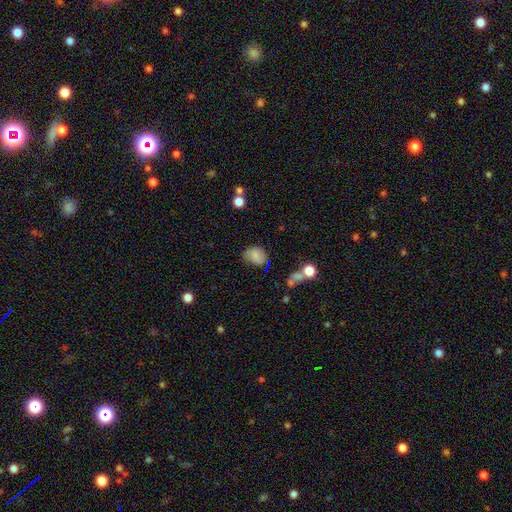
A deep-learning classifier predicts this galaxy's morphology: A smooth galaxy with no disk features (78%) that is in between round and cigar-shaped (55%). Merging: none (63%).